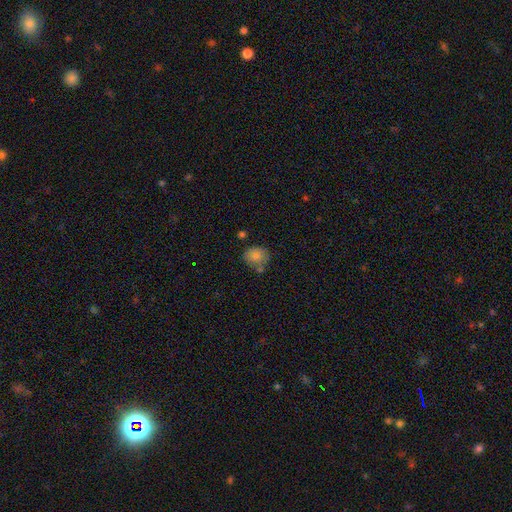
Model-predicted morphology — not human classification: Overall: smooth (79%). How rounded: round (71%). Merging: none (60%).